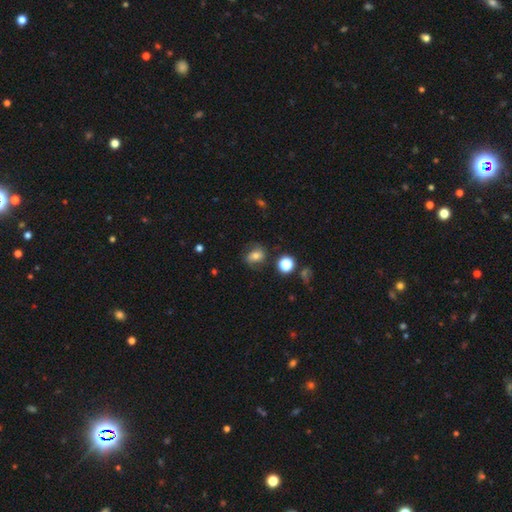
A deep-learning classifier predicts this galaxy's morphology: type=smooth (55%); roundness=in between (50%); merging=none (69%).